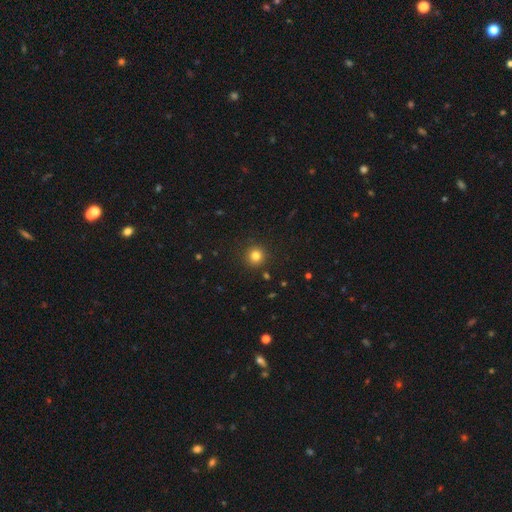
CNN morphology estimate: smooth-or-featured: smooth: 81% | star or artifact: 14% | featured or disk: 6%
  how-rounded: round: 95% | in between: 4% | cigar-shaped: 1%
  merging: none: 91% | minor disturbance: 5% | major disturbance: 2% | merger: 1%